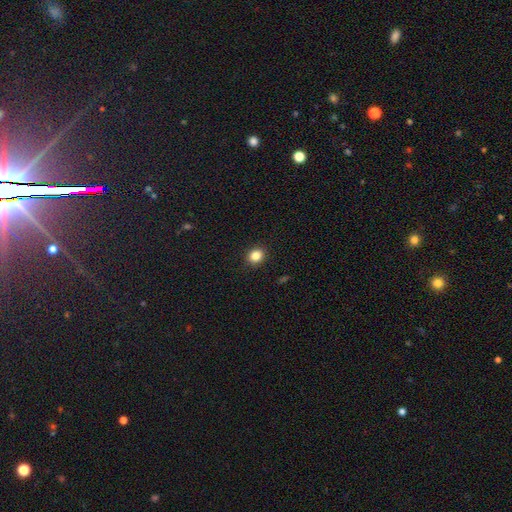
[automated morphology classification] This is clearly a smooth galaxy (85%). How rounded: likely round (69%). Merging: clearly none (91%).